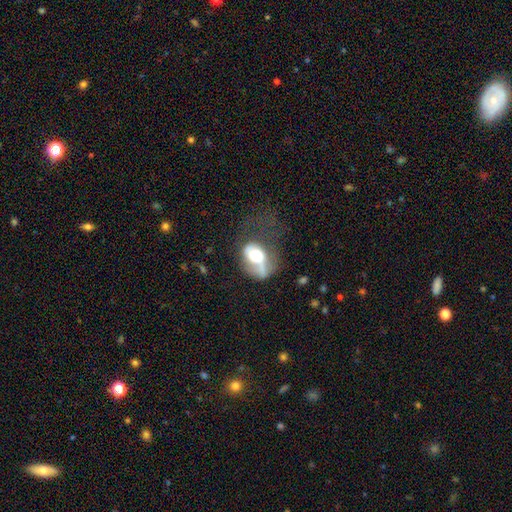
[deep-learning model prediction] Smooth or featured? smooth (47%)
Merging? major disturbance (45%)